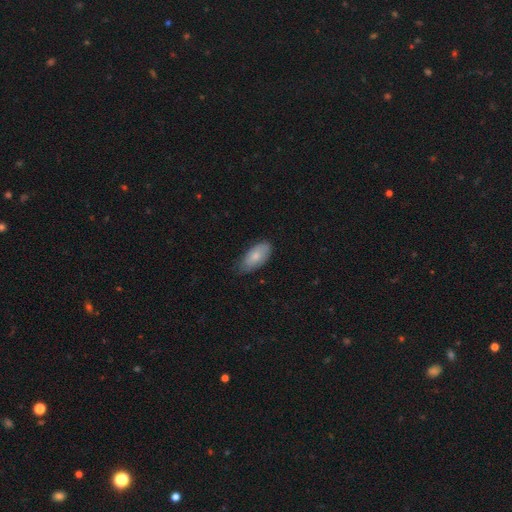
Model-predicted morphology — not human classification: Q: Smooth or featured?
A: smooth (78%); runner-up: featured or disk (17%)
Q: How rounded?
A: in between (92%); runner-up: cigar-shaped (6%)
Q: Merging?
A: none (67%); runner-up: minor disturbance (28%)